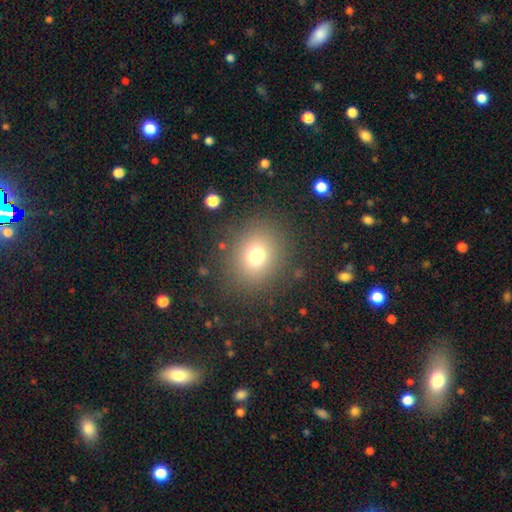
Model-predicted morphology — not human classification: smooth_or_featured: smooth (p=0.73) [alt: star or artifact p=0.16]
how_rounded: round (p=0.77) [alt: in between p=0.22]
merging: none (p=0.85) [alt: minor disturbance p=0.08]